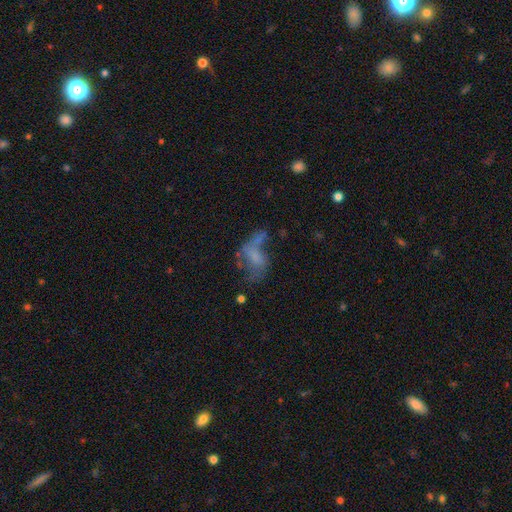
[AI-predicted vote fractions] Q: Smooth or featured?
A: featured or disk (48%); runner-up: smooth (36%)
Q: Merging?
A: major disturbance (37%); runner-up: none (29%)